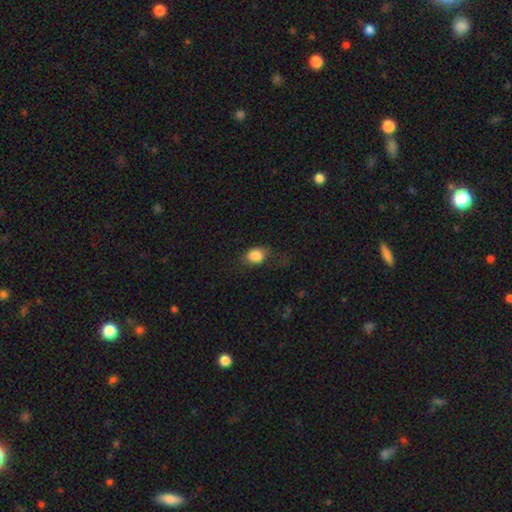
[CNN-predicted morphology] smooth 86%, star or artifact 9%, featured or disk 6%. Down the decision tree: how rounded — in between (56%); merging — none (57%).